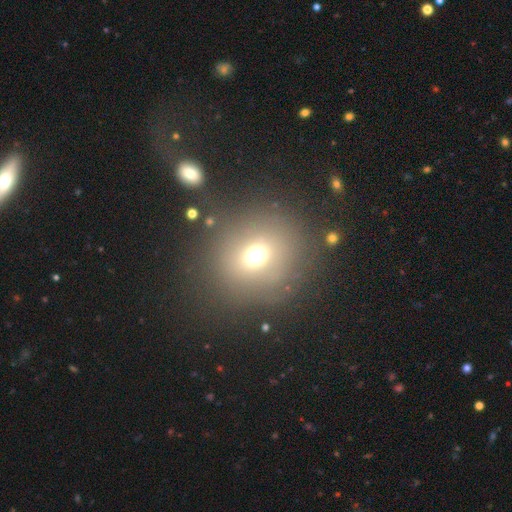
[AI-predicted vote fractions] This appears to be a smooth galaxy with no disk features (65%) that is round (82%). Merging: none (78%).